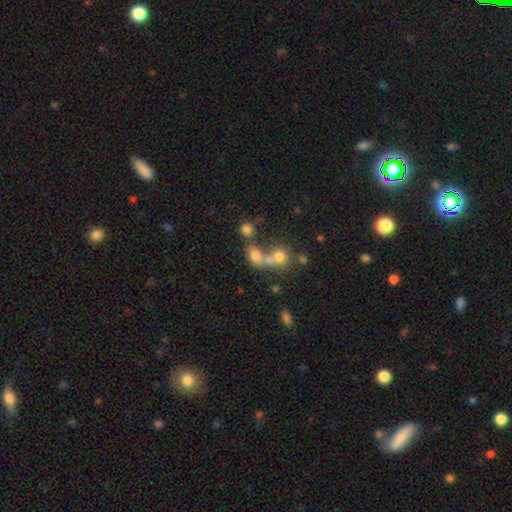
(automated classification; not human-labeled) smooth 71%, star or artifact 15%, featured or disk 14%. Down the decision tree: how rounded — in between (64%); merging — merger (48%).